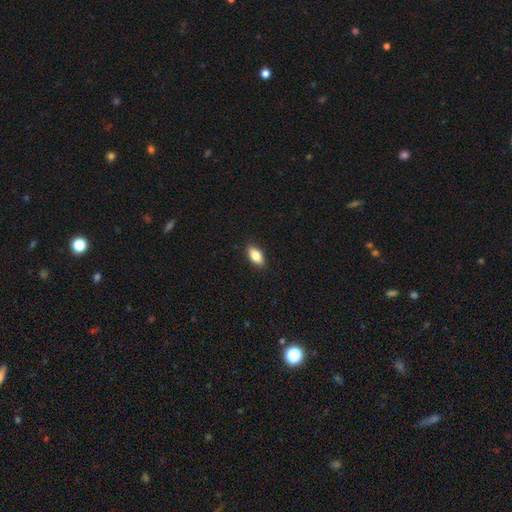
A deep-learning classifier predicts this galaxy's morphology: Q: Smooth or featured?
A: smooth (84%); runner-up: featured or disk (9%)
Q: How rounded?
A: in between (89%); runner-up: cigar-shaped (6%)
Q: Merging?
A: none (89%); runner-up: minor disturbance (9%)